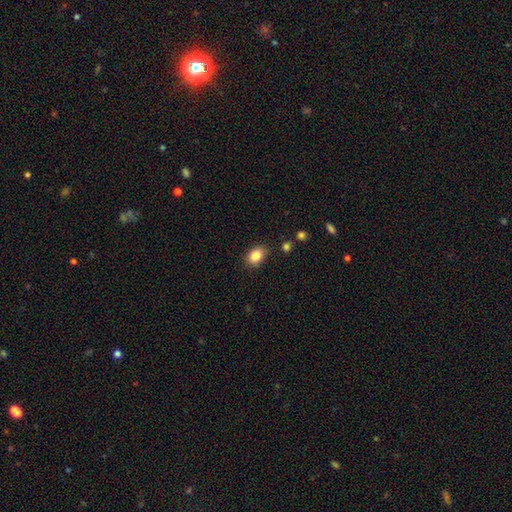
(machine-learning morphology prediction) The model was most divided on "how rounded": in between: 71%, round: 28%, cigar-shaped: 1%. More confident: smooth or featured — smooth (85%); merging — none (84%).